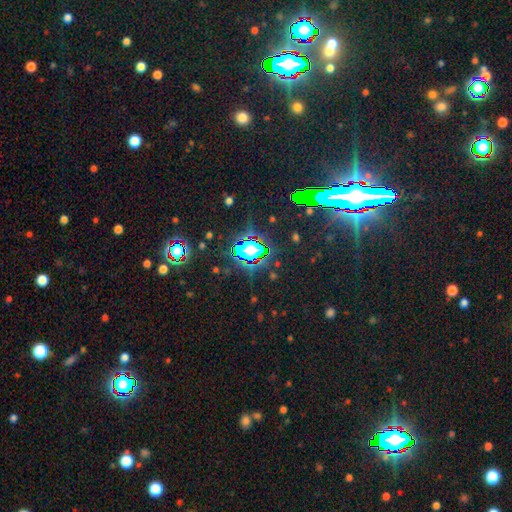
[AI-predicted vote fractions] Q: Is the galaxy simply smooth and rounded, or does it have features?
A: star or artifact — 85%.